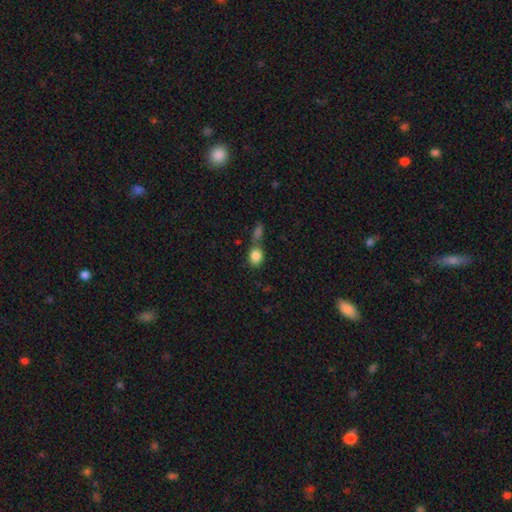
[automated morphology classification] This is clearly a smooth galaxy (85%). How rounded: possibly round (53%). Merging: possibly merger (48%).